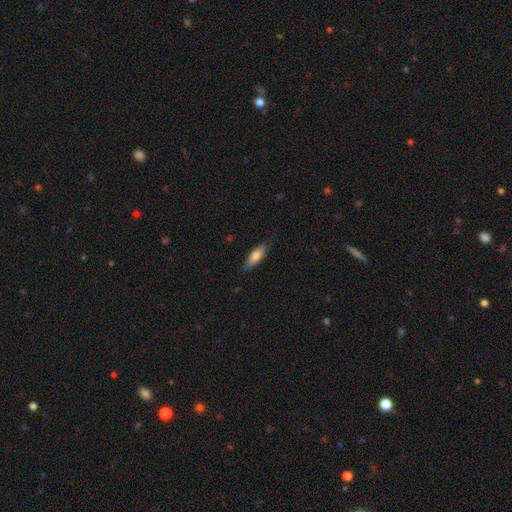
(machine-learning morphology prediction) Smooth or featured: smooth — 73% (featured or disk — 21%)
How rounded: in between — 51% (cigar-shaped — 47%)
Merging: none — 80% (minor disturbance — 16%)